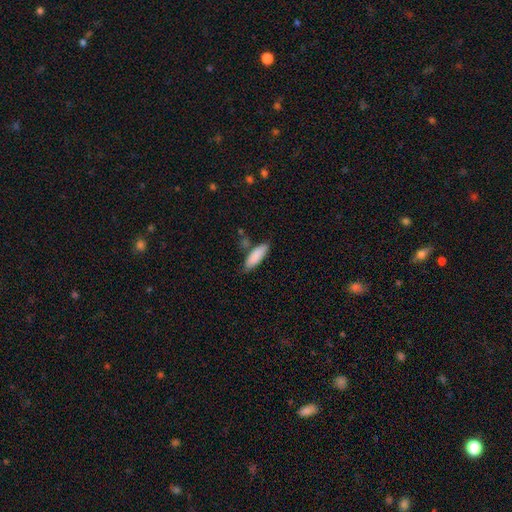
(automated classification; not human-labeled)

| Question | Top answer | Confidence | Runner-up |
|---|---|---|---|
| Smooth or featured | smooth | 86% | featured or disk (8%) |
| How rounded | in between | 57% | cigar-shaped (41%) |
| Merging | none | 69% | minor disturbance (20%) |